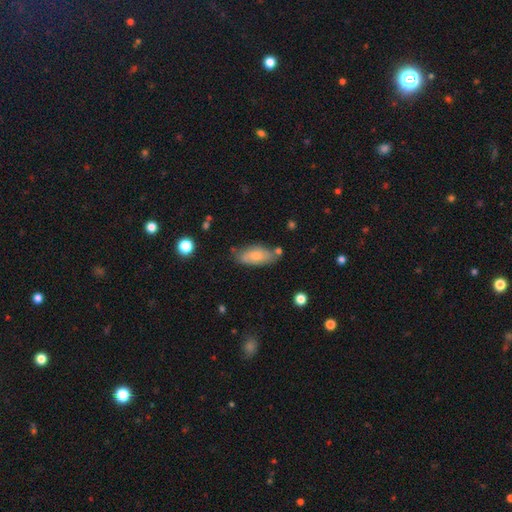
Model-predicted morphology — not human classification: Smooth or featured? Predicted: smooth (p=0.73). How rounded? Predicted: in between (p=0.85). Merging? Predicted: none (p=0.63).